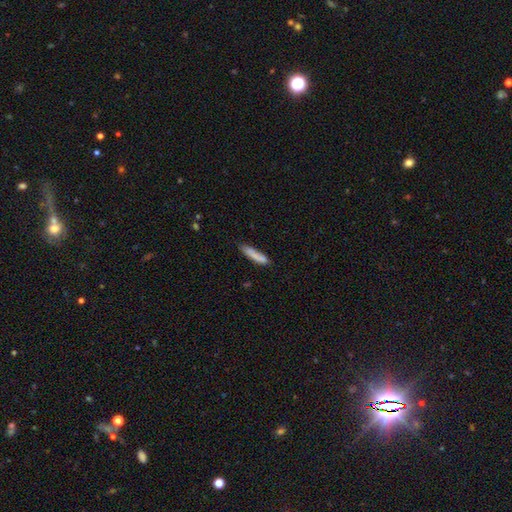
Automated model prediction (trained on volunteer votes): A smooth galaxy with no disk features (81%) that is cigar-shaped (85%).

Vote fractions:
- Smooth or featured? smooth: 81% / featured or disk: 12% / star or artifact: 7%
- How rounded? cigar-shaped: 85% / in between: 14% / round: 1%
- Merging? none: 70% / minor disturbance: 22% / major disturbance: 4% / merger: 3%